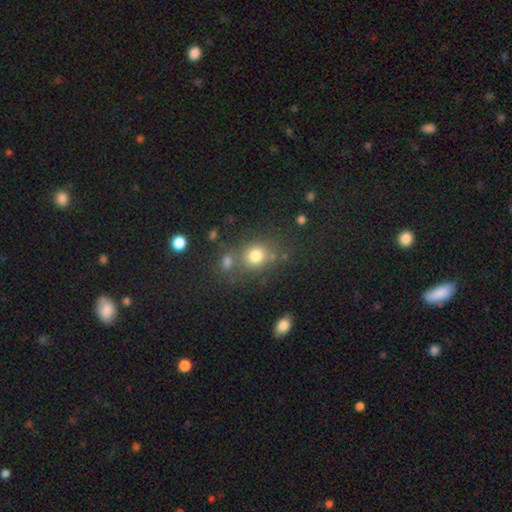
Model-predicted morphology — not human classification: Smooth or featured?
  - smooth: 77% *
  - star or artifact: 14%
  - featured or disk: 9%
How rounded?
  - round: 72% *
  - in between: 27%
  - cigar-shaped: 1%
Merging?
  - none: 63% *
  - merger: 19%
  - minor disturbance: 12%
  - major disturbance: 6%